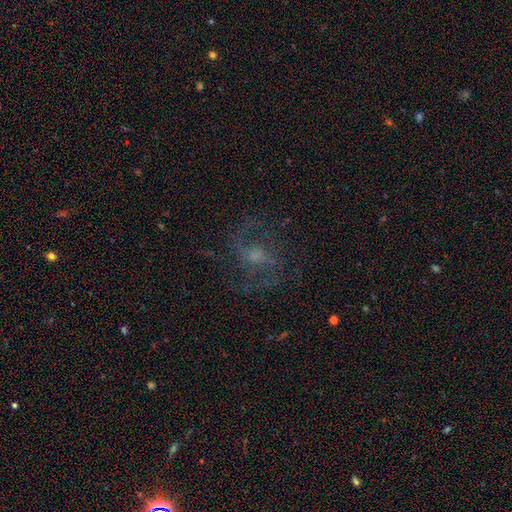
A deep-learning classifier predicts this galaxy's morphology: Smooth or featured? featured or disk (70%)
Edge-on disk? no (97%)
Bar? no (49%)
Spiral arms? yes (87%)
Spiral winding? medium (52%)
Spiral arm count? 2 (69%)
Bulge size? moderate (42%)
Merging? none (70%)